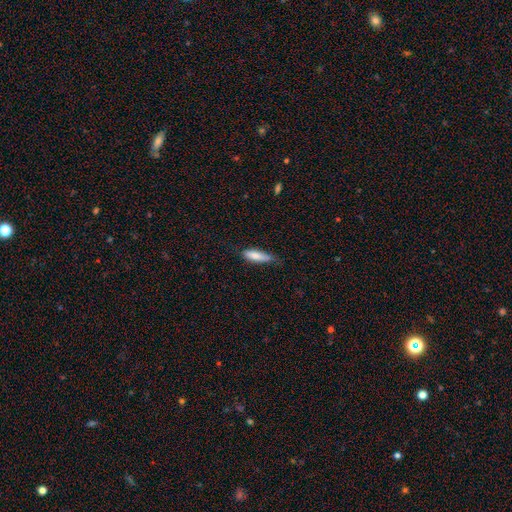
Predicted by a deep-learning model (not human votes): Smooth or featured: smooth — 79% (featured or disk — 16%)
How rounded: cigar-shaped — 62% (in between — 36%)
Merging: none — 64% (minor disturbance — 29%)